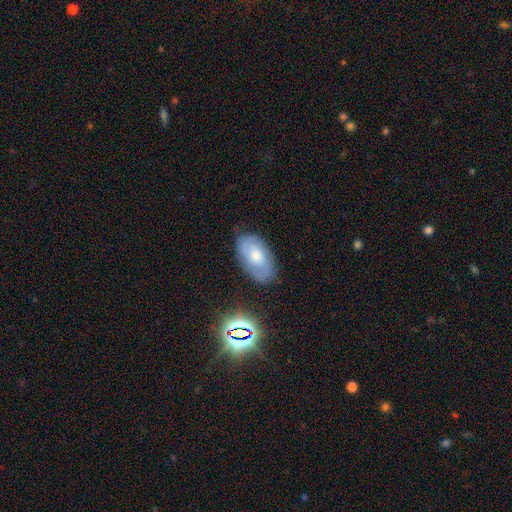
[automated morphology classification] Smooth or featured? featured or disk (53%)
Edge-on disk? no (93%)
Merging? none (76%)